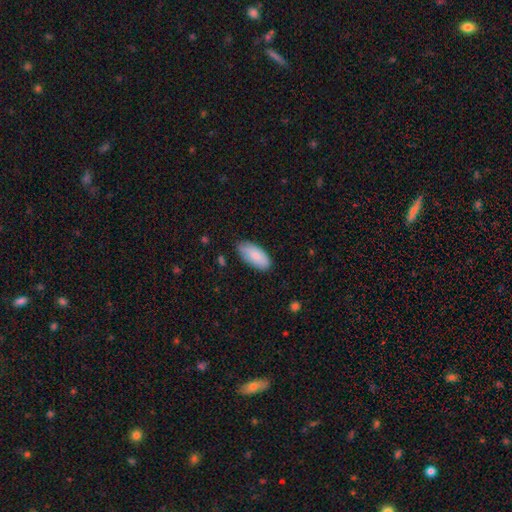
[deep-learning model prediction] smooth-or-featured: smooth: 84% | featured or disk: 10% | star or artifact: 6%
  how-rounded: in between: 91% | cigar-shaped: 7% | round: 2%
  merging: none: 75% | minor disturbance: 21% | major disturbance: 3% | merger: 1%